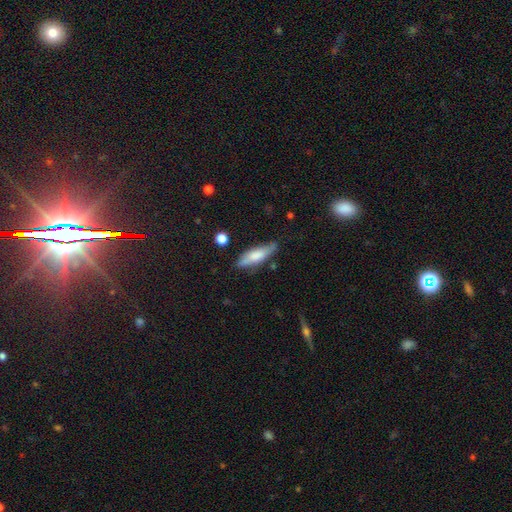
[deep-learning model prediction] A smooth galaxy with no disk features (66%) that is cigar-shaped (55%).

Vote fractions:
- Smooth or featured? smooth: 66% / featured or disk: 28% / star or artifact: 6%
- How rounded? cigar-shaped: 55% / in between: 43% / round: 2%
- Merging? none: 73% / minor disturbance: 19% / major disturbance: 4% / merger: 3%